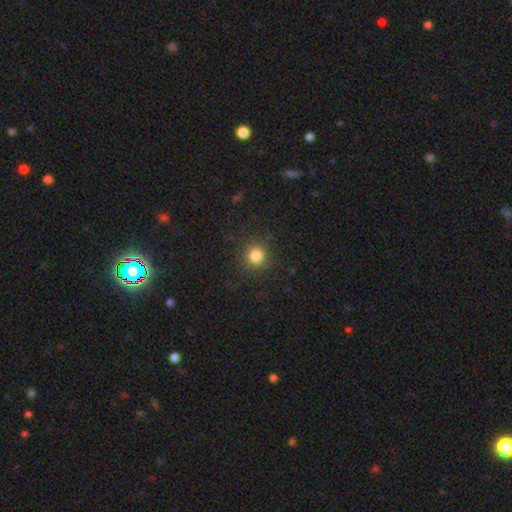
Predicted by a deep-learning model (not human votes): Smooth or featured: smooth — 83% (star or artifact — 12%)
How rounded: round — 93% (in between — 6%)
Merging: none — 88% (minor disturbance — 7%)